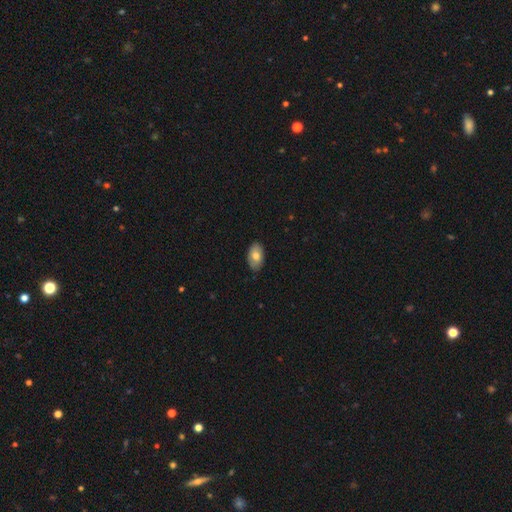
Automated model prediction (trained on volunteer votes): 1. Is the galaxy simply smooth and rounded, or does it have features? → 75% smooth, 18% featured or disk, 7% star or artifact.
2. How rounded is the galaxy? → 93% in between, 5% round, 1% cigar-shaped.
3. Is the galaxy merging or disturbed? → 86% none, 11% minor disturbance, 2% major disturbance, 1% merger.